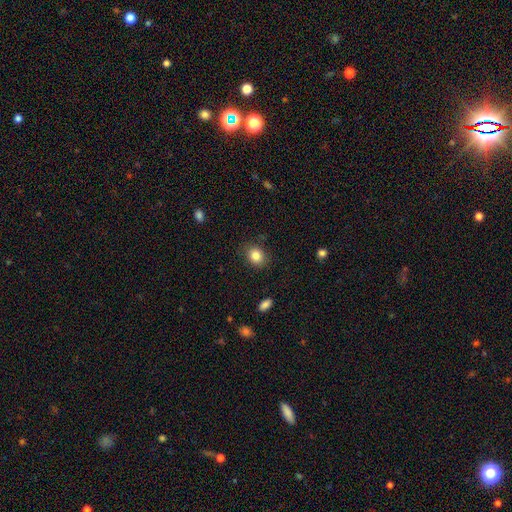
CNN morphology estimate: Smooth or featured?
  - smooth: 84% *
  - star or artifact: 10%
  - featured or disk: 6%
How rounded?
  - round: 58% *
  - in between: 41%
  - cigar-shaped: 1%
Merging?
  - none: 85% *
  - minor disturbance: 11%
  - major disturbance: 3%
  - merger: 1%